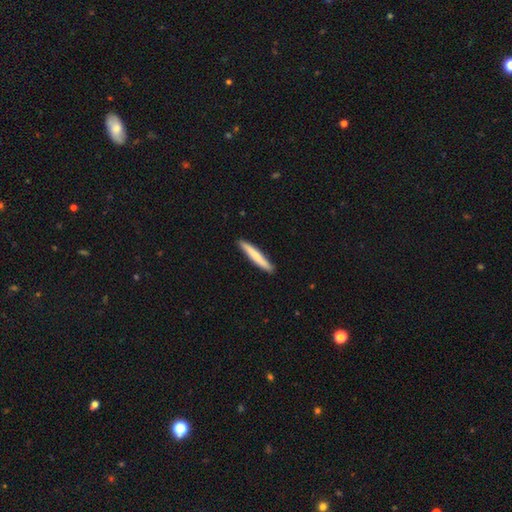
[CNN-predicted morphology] A smooth galaxy with no disk features (73%) that is cigar-shaped (95%). Merging: none (90%).